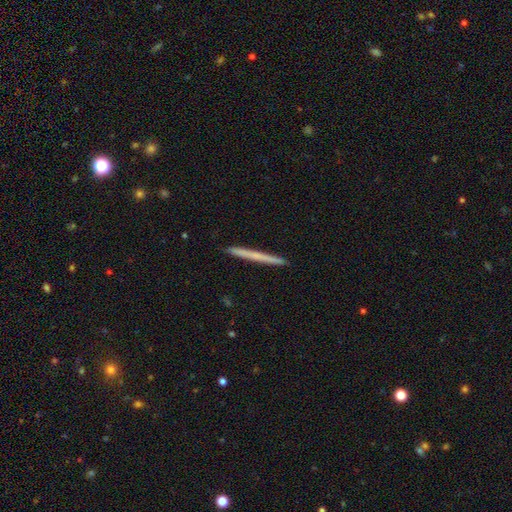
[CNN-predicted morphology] smooth 51%, featured or disk 44%, star or artifact 5%. Down the decision tree: how rounded — cigar-shaped (97%); merging — none (93%).